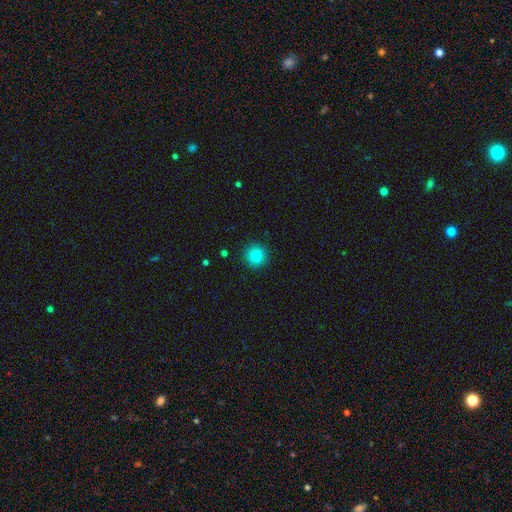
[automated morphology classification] A smooth galaxy with no disk features (87%) that is round (92%).

Vote fractions:
- Smooth or featured? smooth: 87% / star or artifact: 10% / featured or disk: 3%
- How rounded? round: 92% / in between: 7% / cigar-shaped: 1%
- Merging? none: 90% / minor disturbance: 7% / major disturbance: 2% / merger: 1%